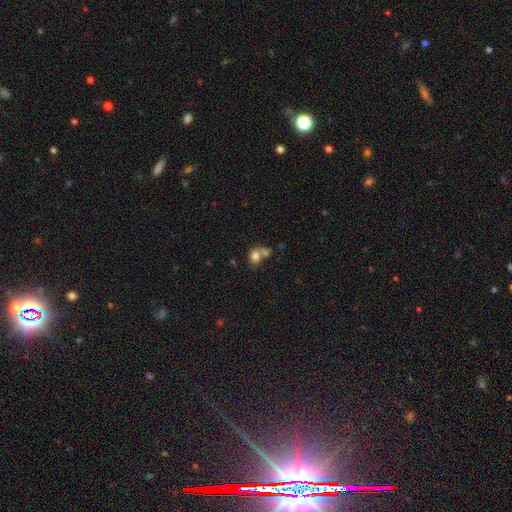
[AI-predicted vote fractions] Smooth or featured? Predicted: smooth (p=0.77). How rounded? Predicted: in between (p=0.53). Merging? Predicted: merger (p=0.52).